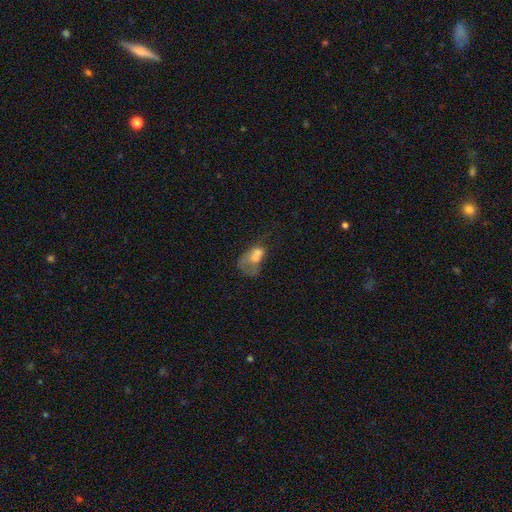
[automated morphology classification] smooth_or_featured: smooth (p=0.55) [alt: featured or disk p=0.34]
how_rounded: in between (p=0.73) [alt: round p=0.24]
merging: merger (p=0.45) [alt: major disturbance p=0.29]